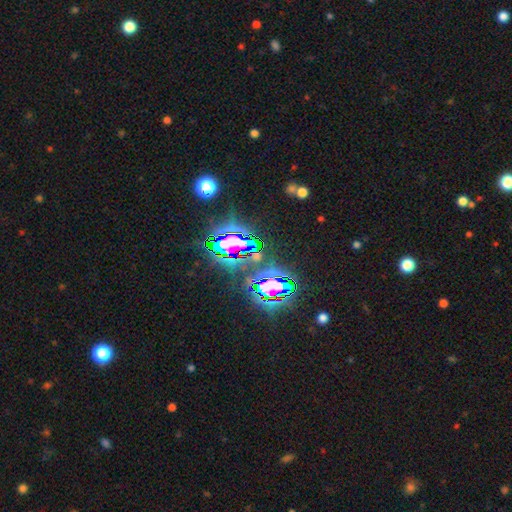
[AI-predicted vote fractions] This is clearly a star or artifact rather than a galaxy (82%).